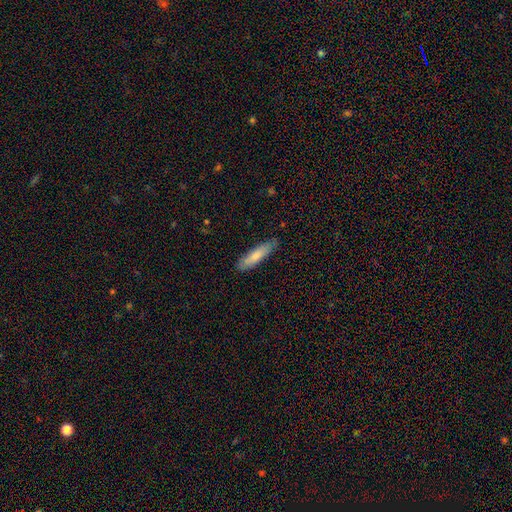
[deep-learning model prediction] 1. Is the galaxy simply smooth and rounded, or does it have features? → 76% smooth, 19% featured or disk, 6% star or artifact.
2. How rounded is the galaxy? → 76% cigar-shaped, 23% in between, 1% round.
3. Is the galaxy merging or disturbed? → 80% none, 16% minor disturbance, 3% major disturbance, 1% merger.